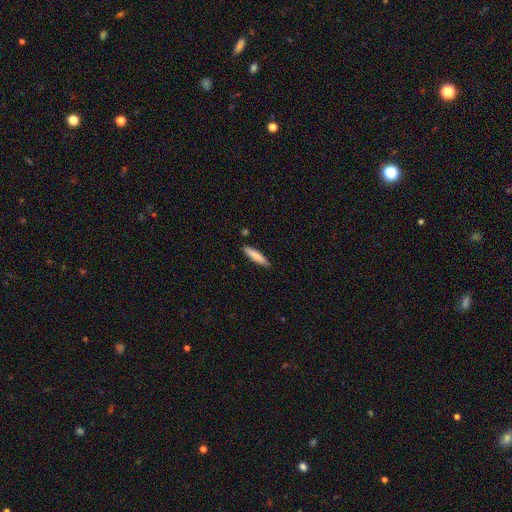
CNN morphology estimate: Smooth or featured: smooth — 83% (featured or disk — 12%)
How rounded: cigar-shaped — 87% (in between — 12%)
Merging: none — 88% (minor disturbance — 9%)